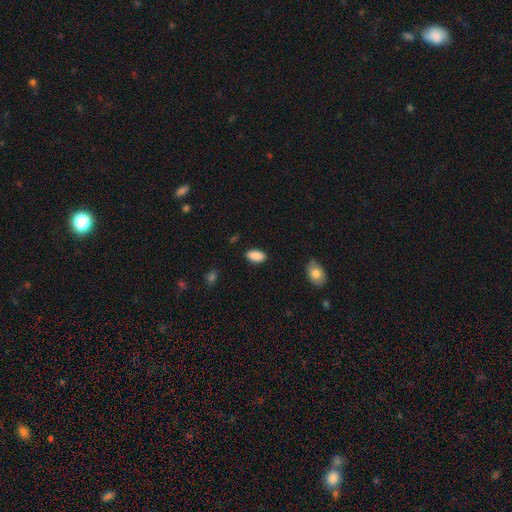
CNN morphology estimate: A smooth galaxy with no disk features (89%) that is in between round and cigar-shaped (93%).

Vote fractions:
- Smooth or featured? smooth: 89% / star or artifact: 7% / featured or disk: 4%
- How rounded? in between: 93% / cigar-shaped: 3% / round: 3%
- Merging? none: 87% / minor disturbance: 10% / major disturbance: 2% / merger: 1%